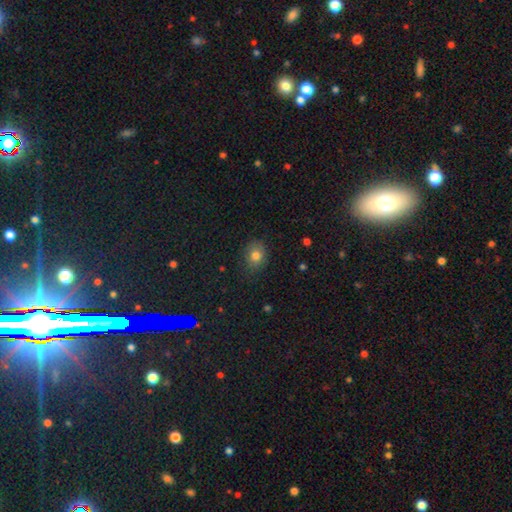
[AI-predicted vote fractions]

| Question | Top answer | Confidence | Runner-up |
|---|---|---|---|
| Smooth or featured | smooth | 78% | star or artifact (12%) |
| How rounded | round | 54% | in between (45%) |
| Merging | none | 82% | minor disturbance (14%) |